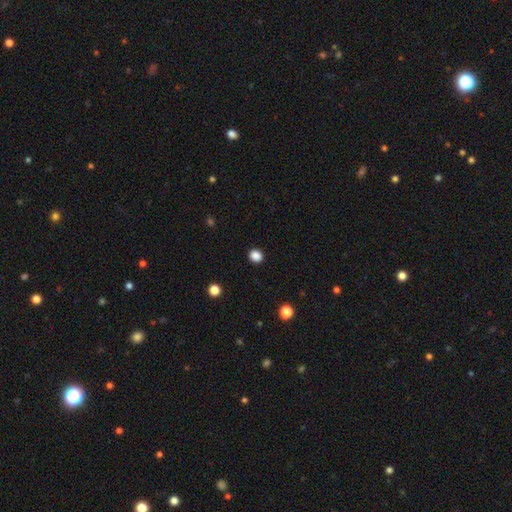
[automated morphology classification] A smooth galaxy with no disk features (86%) that is round (72%).

Vote fractions:
- Smooth or featured? smooth: 86% / star or artifact: 11% / featured or disk: 2%
- How rounded? round: 72% / in between: 27% / cigar-shaped: 1%
- Merging? none: 91% / minor disturbance: 6% / major disturbance: 2% / merger: 1%